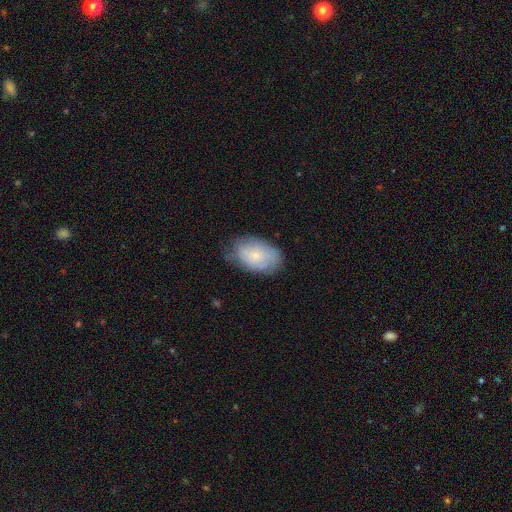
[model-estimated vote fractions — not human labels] A smooth galaxy with no disk features (66%) that is in between round and cigar-shaped (89%). Merging: none (66%).